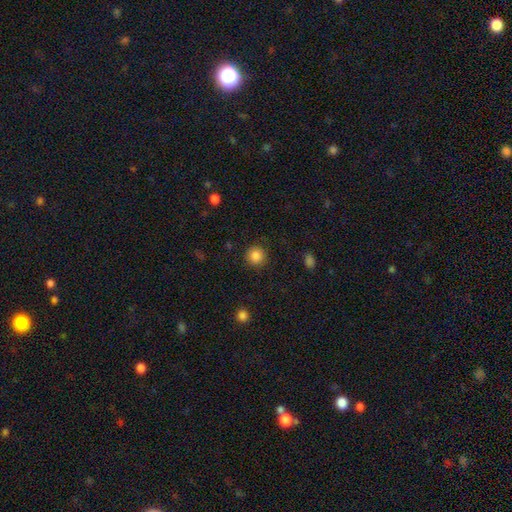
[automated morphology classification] Smooth or featured? Predicted: smooth (p=0.86). How rounded? Predicted: round (p=0.94). Merging? Predicted: none (p=0.90).